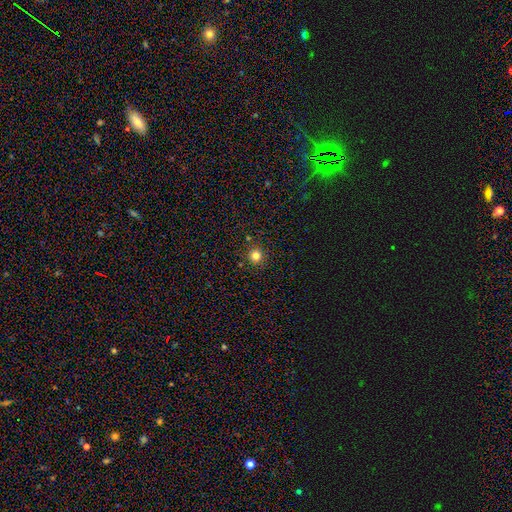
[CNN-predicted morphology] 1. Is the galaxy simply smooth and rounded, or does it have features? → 81% smooth, 14% star or artifact, 5% featured or disk.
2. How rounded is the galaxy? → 94% round, 5% in between, 1% cigar-shaped.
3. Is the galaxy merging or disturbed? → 90% none, 6% minor disturbance, 2% merger, 2% major disturbance.